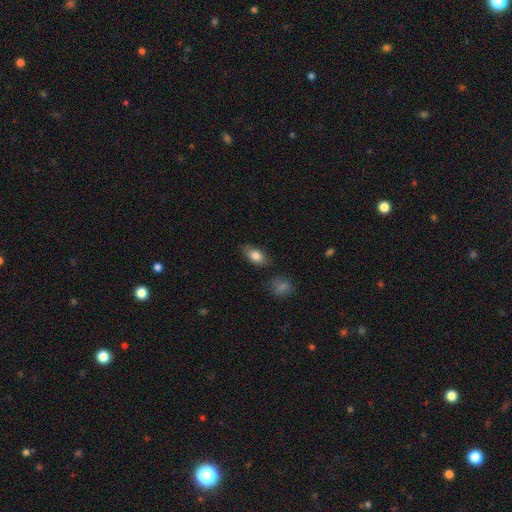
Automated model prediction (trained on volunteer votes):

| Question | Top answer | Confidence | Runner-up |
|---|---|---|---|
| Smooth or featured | smooth | 81% | featured or disk (11%) |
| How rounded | in between | 87% | round (7%) |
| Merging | none | 77% | minor disturbance (17%) |